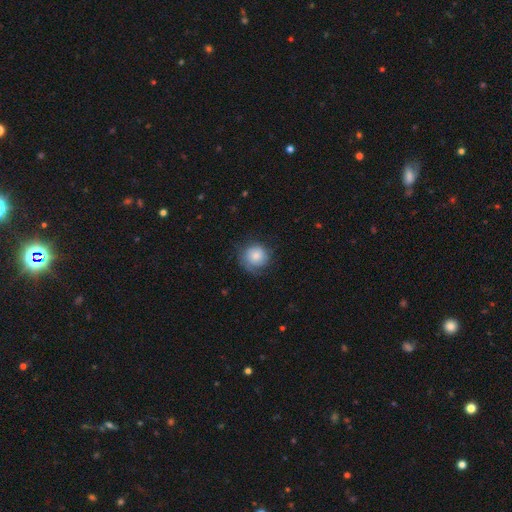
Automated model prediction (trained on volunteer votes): Morphology: type=smooth (68%); roundness=round (90%); merging=none (68%).